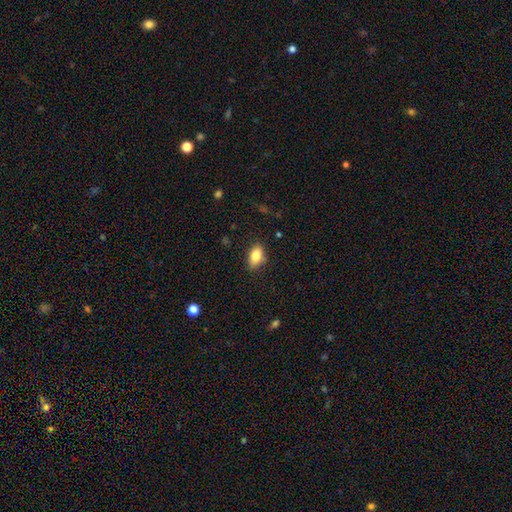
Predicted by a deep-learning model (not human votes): Overall: smooth (82%). How rounded: in between (87%). Merging: none (80%).